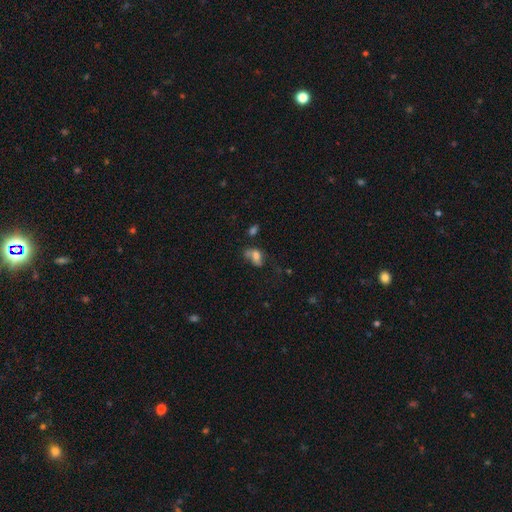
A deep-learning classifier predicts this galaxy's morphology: The model was most divided on "merging" (2-way tie): none: 27%, major disturbance: 27%, merger: 24%, minor disturbance: 22%. More confident: how rounded — in between (82%); smooth or featured — smooth (61%).